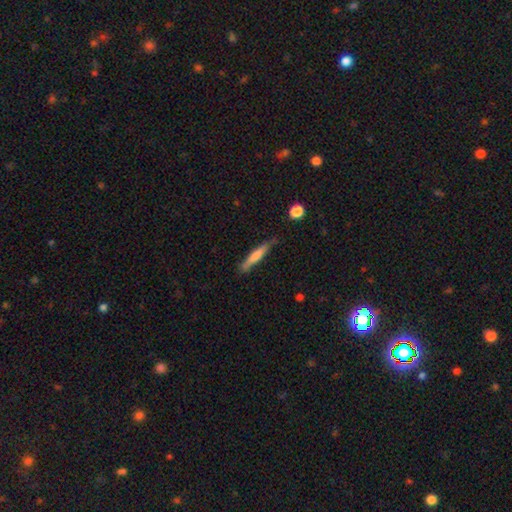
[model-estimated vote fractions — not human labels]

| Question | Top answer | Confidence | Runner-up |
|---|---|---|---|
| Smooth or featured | smooth | 61% | featured or disk (33%) |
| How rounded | cigar-shaped | 92% | in between (6%) |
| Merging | none | 77% | minor disturbance (17%) |